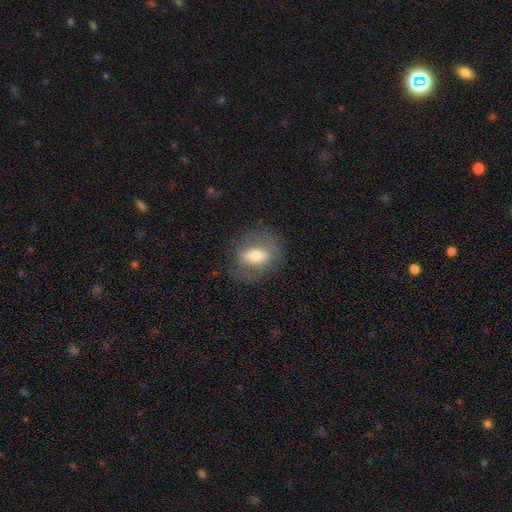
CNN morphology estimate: Smooth or featured? smooth (48%)
Merging? none (74%)